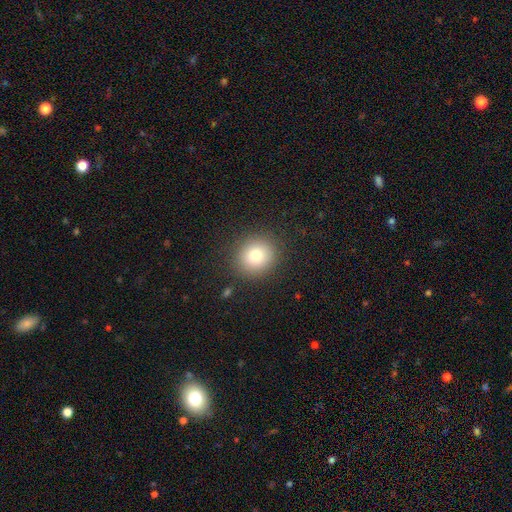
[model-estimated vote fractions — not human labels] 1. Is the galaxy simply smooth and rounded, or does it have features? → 79% smooth, 11% star or artifact, 10% featured or disk.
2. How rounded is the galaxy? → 83% round, 16% in between, 1% cigar-shaped.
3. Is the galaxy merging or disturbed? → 88% none, 8% minor disturbance, 3% major disturbance, 1% merger.